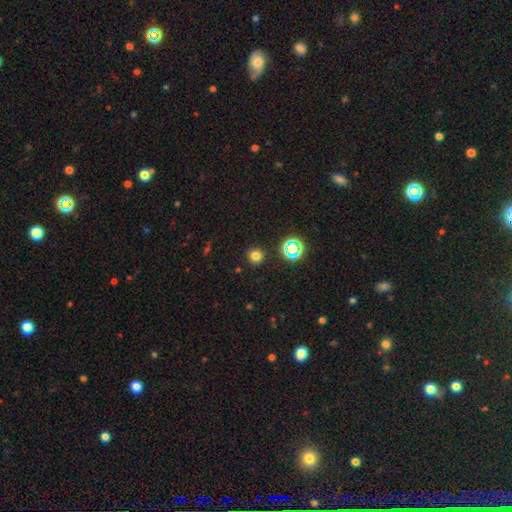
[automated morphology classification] This appears to be a smooth galaxy with no disk features (74%) that is round (95%). Merging: none (90%).